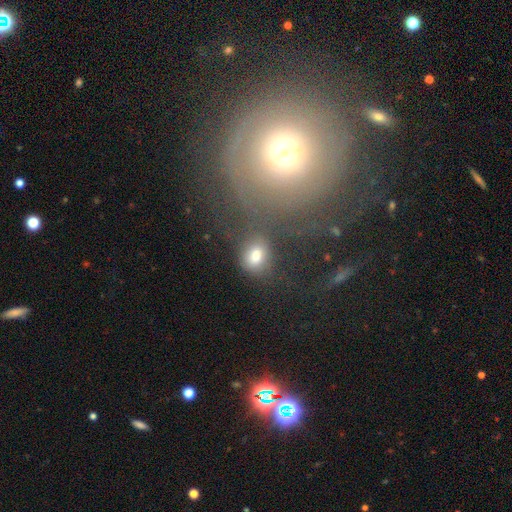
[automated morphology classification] Overall: smooth (75%). How rounded: round (52%; in between 46%). Merging: none (63%).